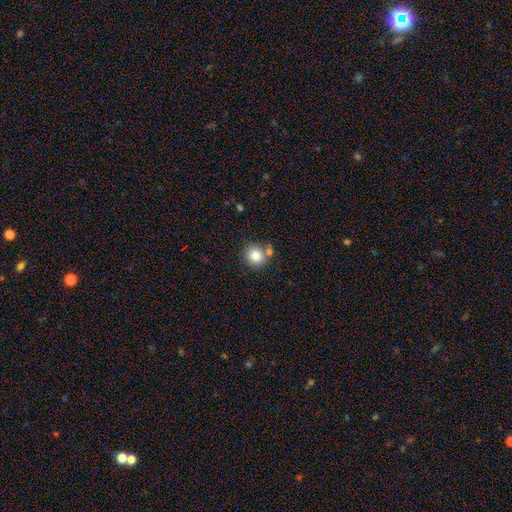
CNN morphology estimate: The model was most divided on "merging": none: 67%, merger: 19%, minor disturbance: 11%, major disturbance: 3%. More confident: how rounded — round (89%); smooth or featured — smooth (80%).